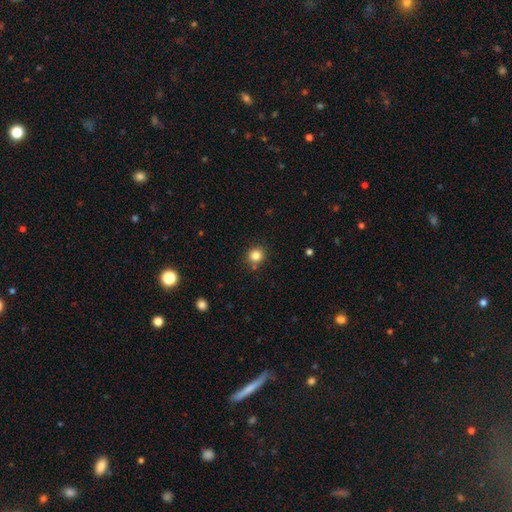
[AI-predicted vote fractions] This is clearly a smooth galaxy (83%). How rounded: clearly round (90%). Merging: clearly none (84%).